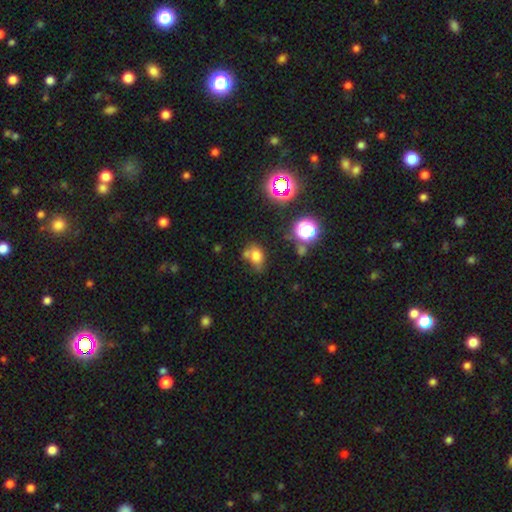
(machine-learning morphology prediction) type=smooth (70%); roundness=in between (59%); merging=none (48%).